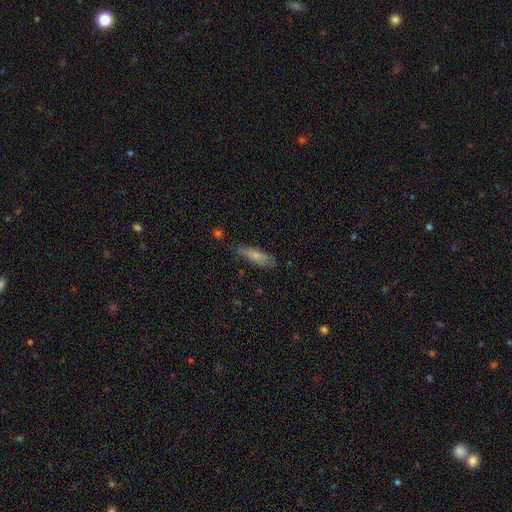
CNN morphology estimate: A smooth galaxy with no disk features (70%) that is cigar-shaped (62%).

Vote fractions:
- Smooth or featured? smooth: 70% / featured or disk: 23% / star or artifact: 7%
- How rounded? cigar-shaped: 62% / in between: 36% / round: 2%
- Merging? none: 72% / minor disturbance: 21% / major disturbance: 5% / merger: 2%